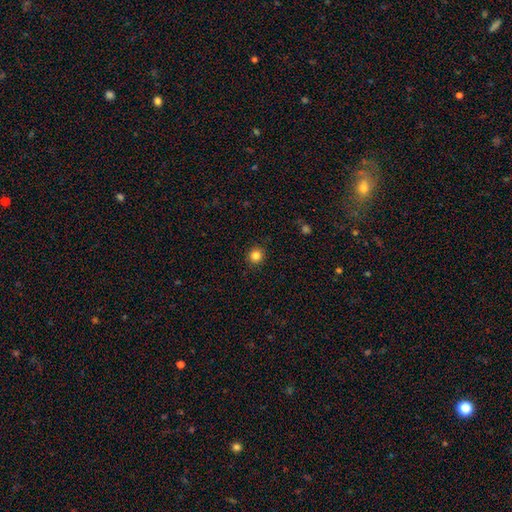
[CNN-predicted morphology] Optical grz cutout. It shows a smooth galaxy with no disk features (83%) that is round (91%). Merging: none (91%).